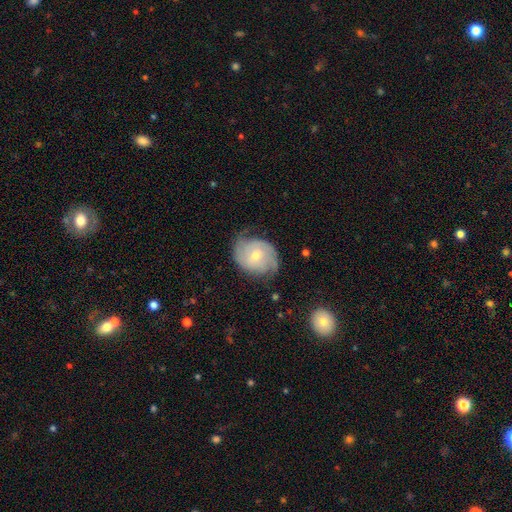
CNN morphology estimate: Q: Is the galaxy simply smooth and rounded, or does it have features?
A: featured or disk — 72%.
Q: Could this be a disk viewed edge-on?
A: no — 97%.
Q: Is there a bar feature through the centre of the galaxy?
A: no — 64%.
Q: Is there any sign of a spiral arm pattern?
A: yes — 91%.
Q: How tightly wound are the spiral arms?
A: tight — 43%.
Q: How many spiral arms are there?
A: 2 — 65%.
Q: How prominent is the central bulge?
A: small — 51%.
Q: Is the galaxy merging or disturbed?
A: none — 63%.